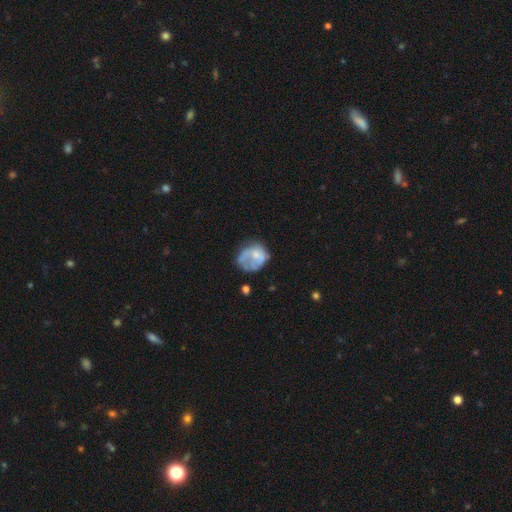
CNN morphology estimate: Q: Smooth or featured?
A: smooth (48%); runner-up: featured or disk (43%)
Q: Merging?
A: none (35%); runner-up: major disturbance (31%)